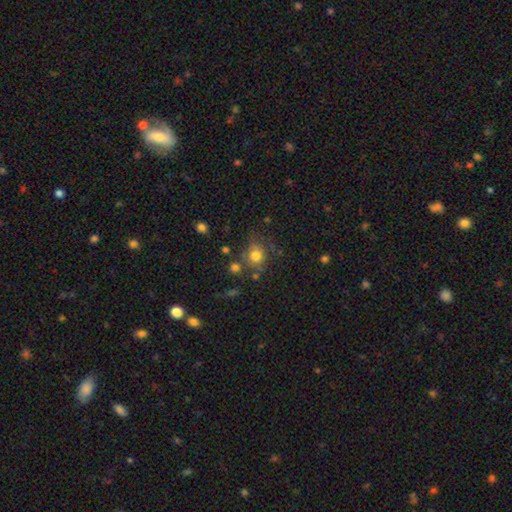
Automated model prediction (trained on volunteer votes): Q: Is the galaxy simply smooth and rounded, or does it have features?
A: smooth — 76%.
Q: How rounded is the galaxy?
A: round — 81%.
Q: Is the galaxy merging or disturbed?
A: none — 66%.